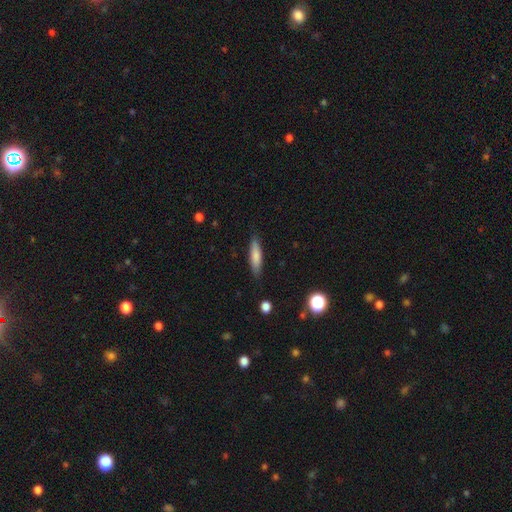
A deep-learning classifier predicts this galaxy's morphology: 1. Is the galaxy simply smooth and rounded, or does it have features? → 78% smooth, 15% featured or disk, 7% star or artifact.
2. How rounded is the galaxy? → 73% cigar-shaped, 26% in between, 2% round.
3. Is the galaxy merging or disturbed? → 85% none, 11% minor disturbance, 2% major disturbance, 1% merger.